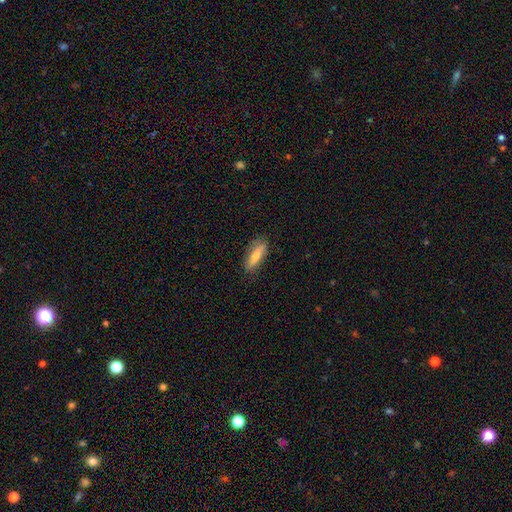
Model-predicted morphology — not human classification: Smooth or featured: smooth — 58% (featured or disk — 35%)
How rounded: cigar-shaped — 52% (in between — 45%)
Merging: none — 82% (minor disturbance — 14%)